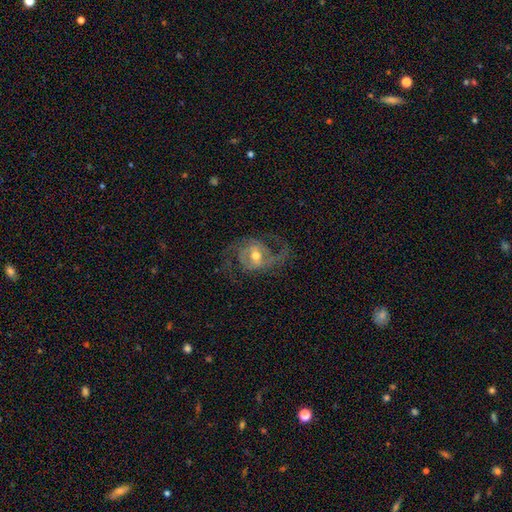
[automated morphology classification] smooth_or_featured: featured or disk (p=0.84) [alt: smooth p=0.09]
disk_edge_on: no (p=0.97) [alt: yes p=0.03]
bar: weak (p=0.44) [alt: no p=0.36]
has_spiral_arms: yes (p=0.94) [alt: no p=0.06]
spiral_winding: medium (p=0.49) [alt: loose p=0.36]
spiral_arm_count: 2 (p=0.77) [alt: 3 p=0.09]
bulge_size: moderate (p=0.70) [alt: small p=0.22]
merging: none (p=0.63) [alt: major disturbance p=0.19]